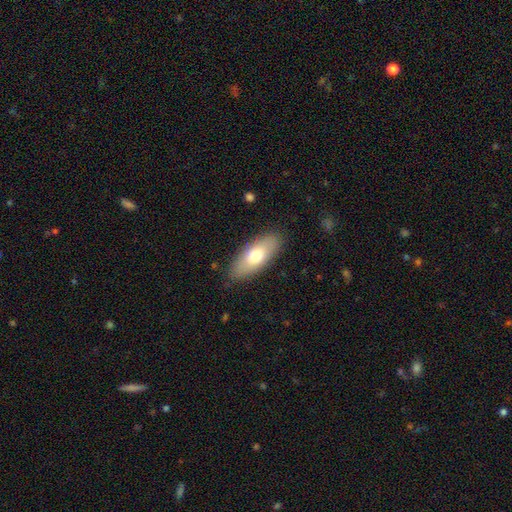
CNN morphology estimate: Overall: smooth (71%). How rounded: in between (81%). Merging: none (87%).